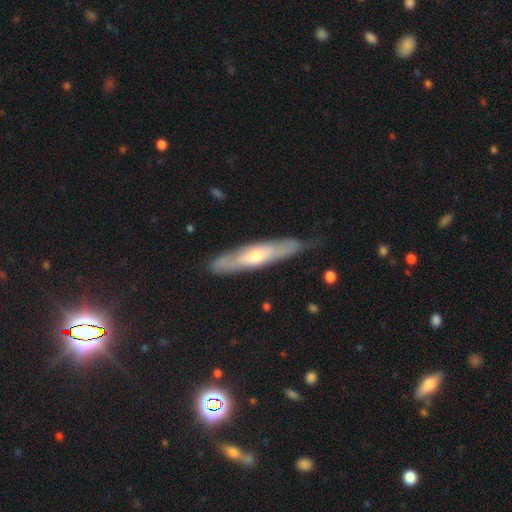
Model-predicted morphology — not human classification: Smooth or featured? featured or disk (60%)
Edge-on disk? yes (62%)
Merging? none (78%)